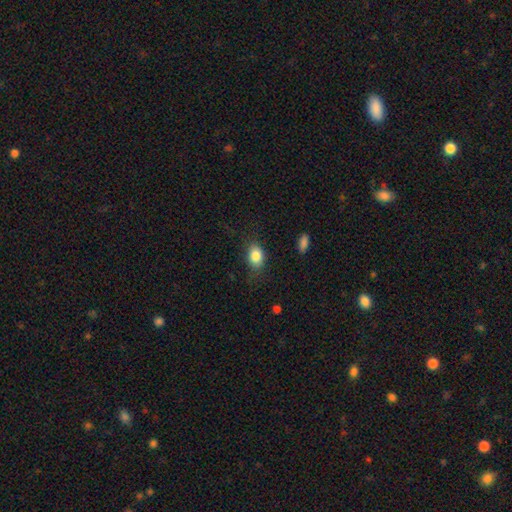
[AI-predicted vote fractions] smooth_or_featured: smooth (p=0.84) [alt: star or artifact p=0.08]
how_rounded: in between (p=0.75) [alt: round p=0.23]
merging: none (p=0.72) [alt: minor disturbance p=0.20]